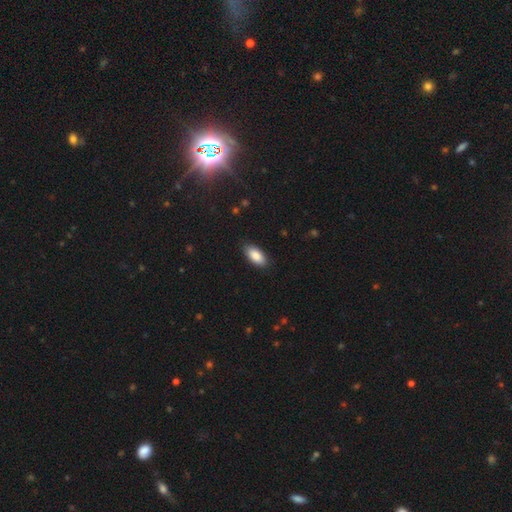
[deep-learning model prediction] Overall: smooth (87%). How rounded: in between (91%). Merging: none (87%).